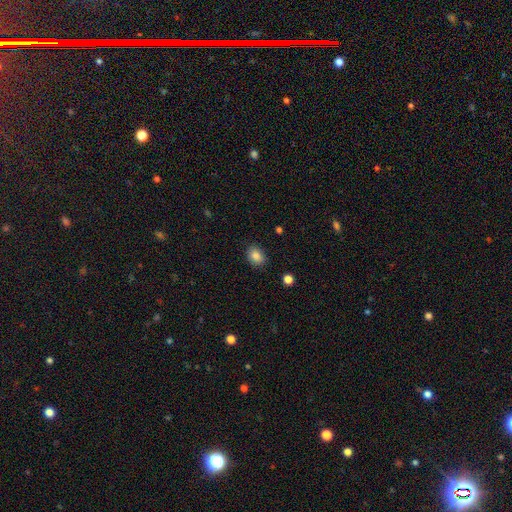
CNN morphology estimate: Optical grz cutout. It shows a smooth galaxy with no disk features (85%) that is in between round and cigar-shaped (62%). Merging: none (86%).